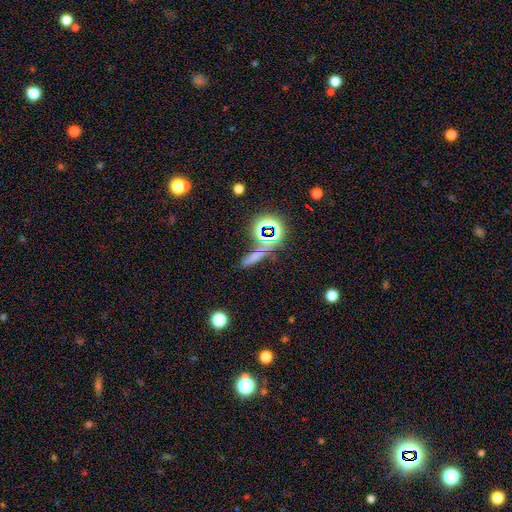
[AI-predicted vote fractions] Smooth or featured? smooth (49%)
Merging? none (70%)